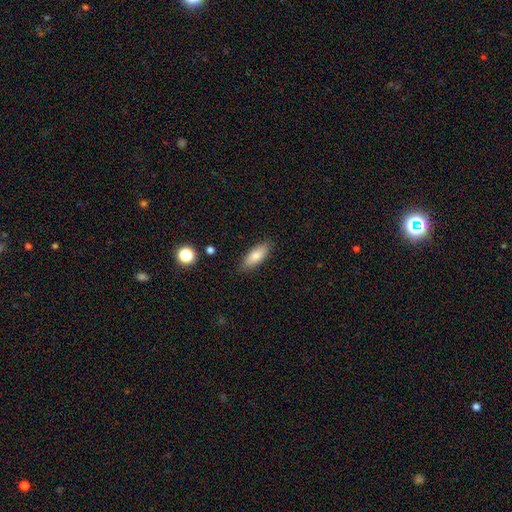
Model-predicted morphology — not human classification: smooth-or-featured: smooth: 78% | featured or disk: 14% | star or artifact: 7%
  how-rounded: in between: 71% | cigar-shaped: 27% | round: 2%
  merging: none: 87% | minor disturbance: 10% | major disturbance: 2% | merger: 1%